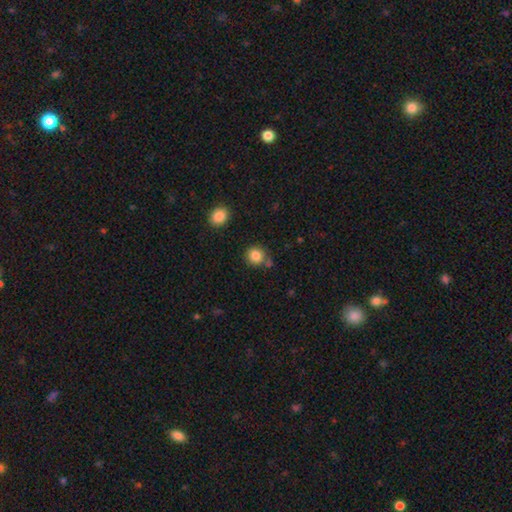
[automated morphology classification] Smooth or featured? smooth (85%)
How rounded? round (87%)
Merging? none (73%)